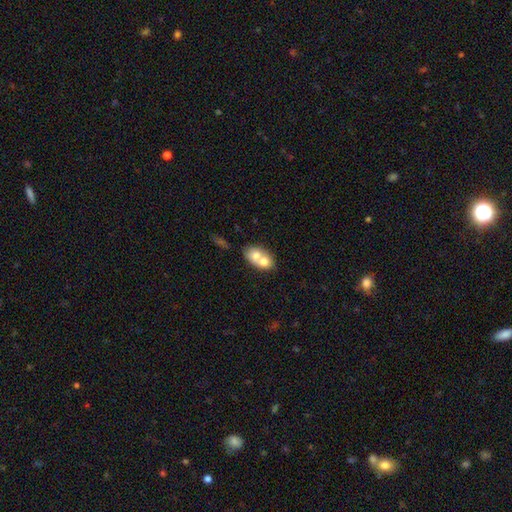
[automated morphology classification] This appears to be a smooth galaxy with no disk features (65%) that is in between round and cigar-shaped (60%). Merging: merger (69%).